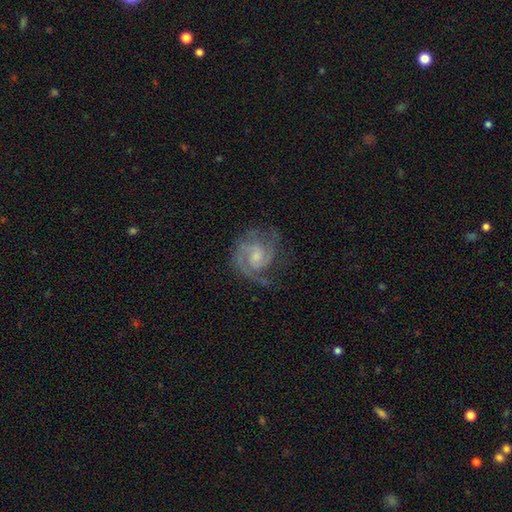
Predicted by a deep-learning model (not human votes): This appears to be a featured or disk galaxy (88%) with no bar (49%), 2 (62%) tight (47%) spiral arms (97%) and a small central bulge (48%). Merging: none (65%).